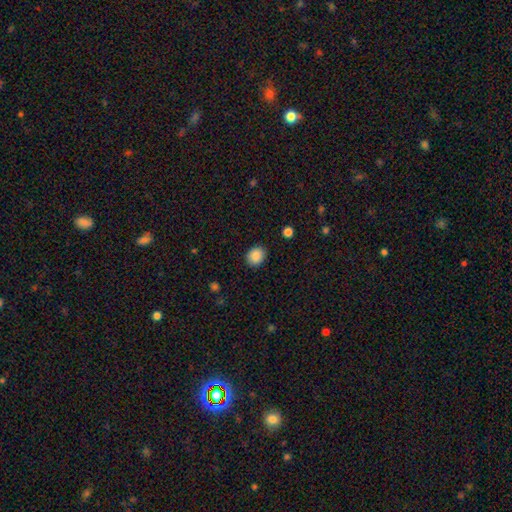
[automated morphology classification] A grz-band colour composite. It shows a smooth galaxy with no disk features (88%) that is round (59%). Merging: none (89%).